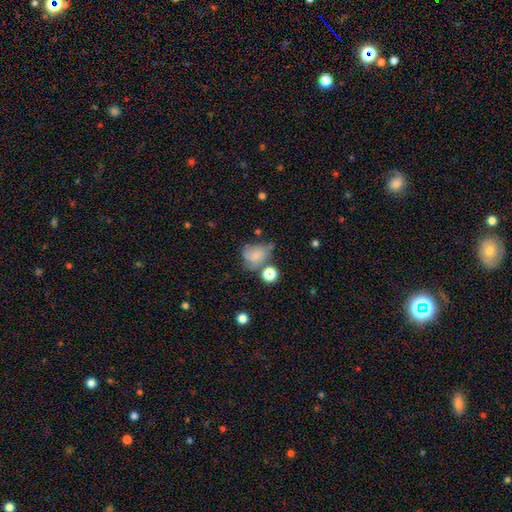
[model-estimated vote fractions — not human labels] The model was most divided on "how rounded": in between: 53%, round: 46%, cigar-shaped: 1%. Remaining: smooth or featured — smooth (72%); merging — none (38%).